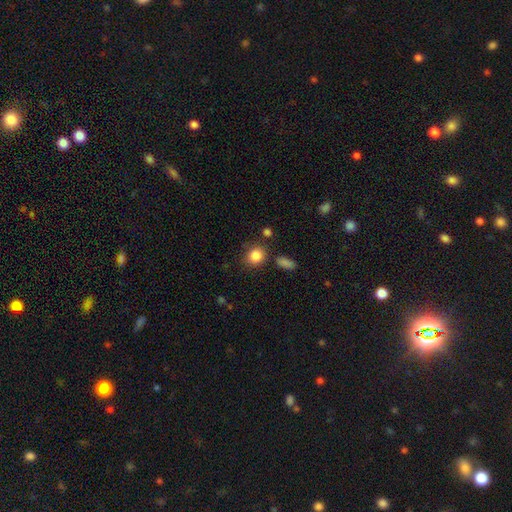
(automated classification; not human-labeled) Smooth or featured? Predicted: smooth (p=0.86). How rounded? Predicted: round (p=0.65). Merging? Predicted: none (p=0.77).